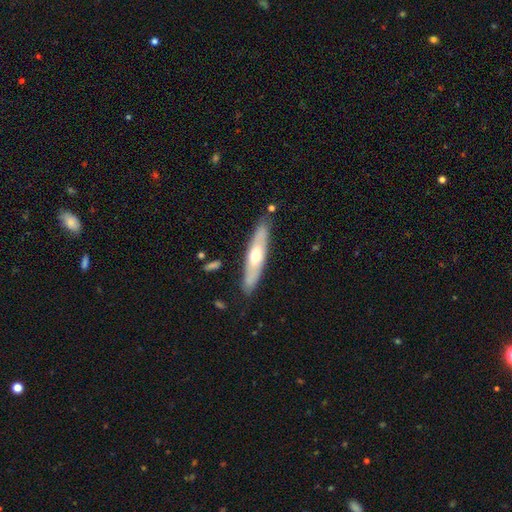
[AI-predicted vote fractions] A smooth galaxy with no disk features (48%). Merging: none (82%).